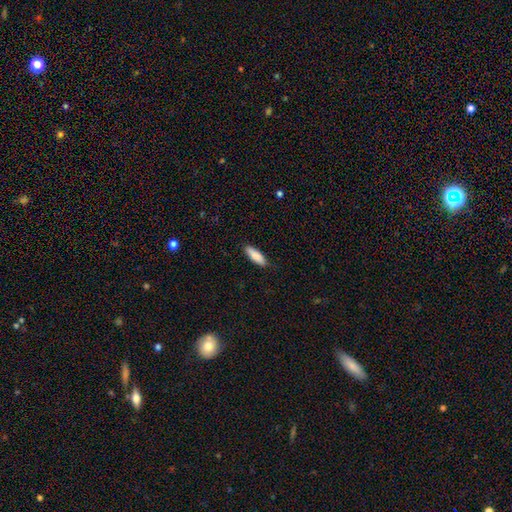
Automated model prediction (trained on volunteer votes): A smooth galaxy with no disk features (88%) that is in between round and cigar-shaped (54%).

Vote fractions:
- Smooth or featured? smooth: 88% / featured or disk: 6% / star or artifact: 6%
- How rounded? in between: 54% / cigar-shaped: 45% / round: 2%
- Merging? none: 87% / minor disturbance: 10% / major disturbance: 2% / merger: 1%